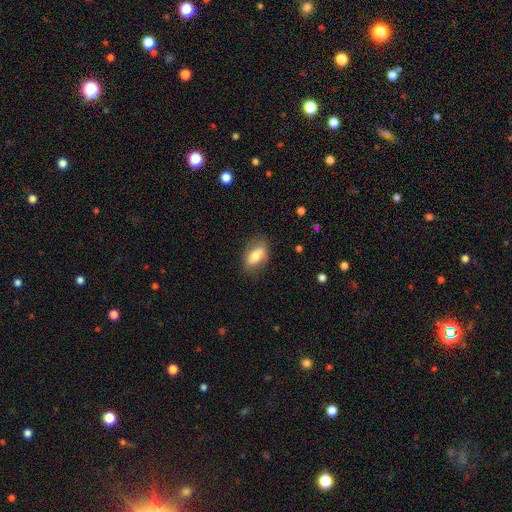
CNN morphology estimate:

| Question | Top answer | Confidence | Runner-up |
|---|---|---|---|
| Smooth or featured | smooth | 72% | featured or disk (21%) |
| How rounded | in between | 87% | round (7%) |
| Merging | none | 78% | minor disturbance (16%) |